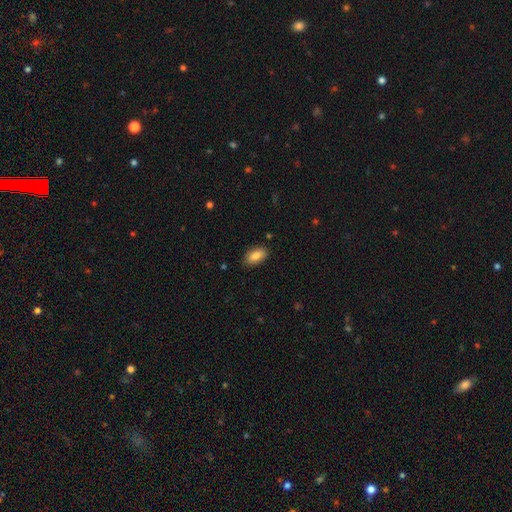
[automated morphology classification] Smooth or featured? smooth (85%)
How rounded? in between (92%)
Merging? none (86%)